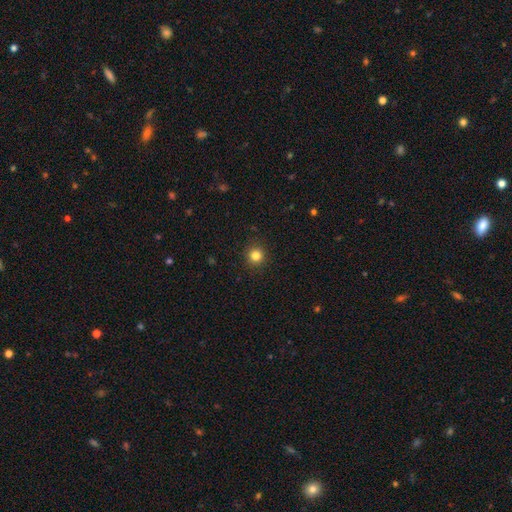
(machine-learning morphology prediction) This appears to be a smooth galaxy with no disk features (83%) that is round (94%). Merging: none (92%).